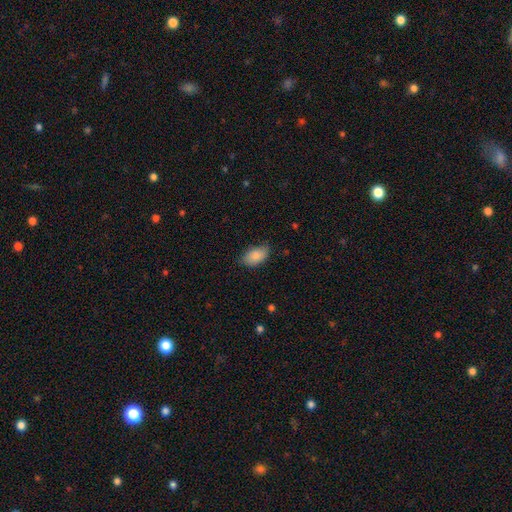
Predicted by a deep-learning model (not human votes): Smooth or featured? smooth (86%)
How rounded? in between (92%)
Merging? none (71%)